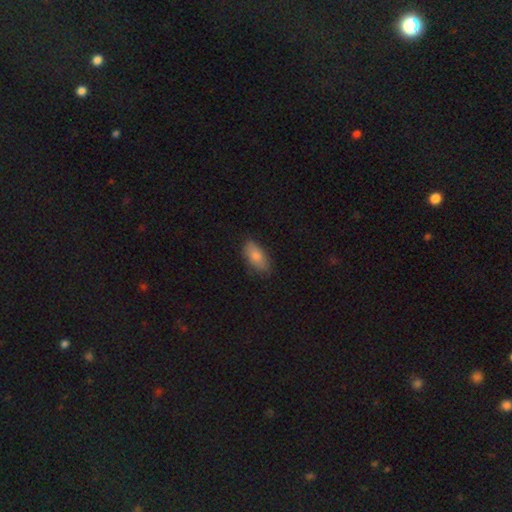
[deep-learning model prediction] Smooth or featured?
  - smooth: 80% *
  - featured or disk: 13%
  - star or artifact: 7%
How rounded?
  - in between: 87% *
  - cigar-shaped: 10%
  - round: 3%
Merging?
  - none: 82% *
  - minor disturbance: 15%
  - major disturbance: 3%
  - merger: 1%